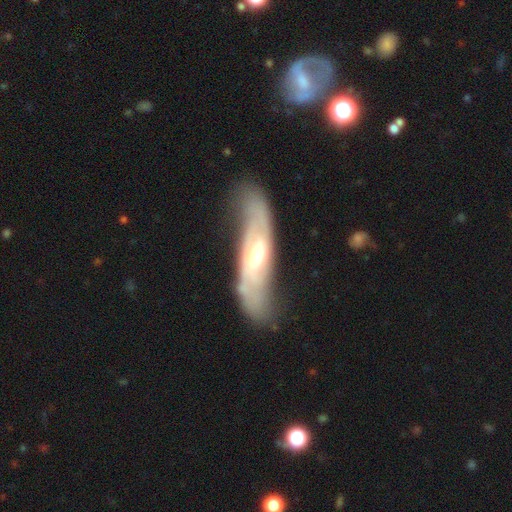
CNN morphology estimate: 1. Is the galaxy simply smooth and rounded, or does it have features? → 74% featured or disk, 20% smooth, 6% star or artifact.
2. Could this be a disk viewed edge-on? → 73% no, 27% yes.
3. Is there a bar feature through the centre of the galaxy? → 45% no, 39% weak, 16% strong.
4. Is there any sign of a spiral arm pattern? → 81% yes, 19% no.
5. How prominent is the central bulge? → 61% moderate, 30% small, 6% large, 1% none, 1% dominant.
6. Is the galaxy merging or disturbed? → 65% none, 22% minor disturbance, 9% major disturbance, 3% merger.